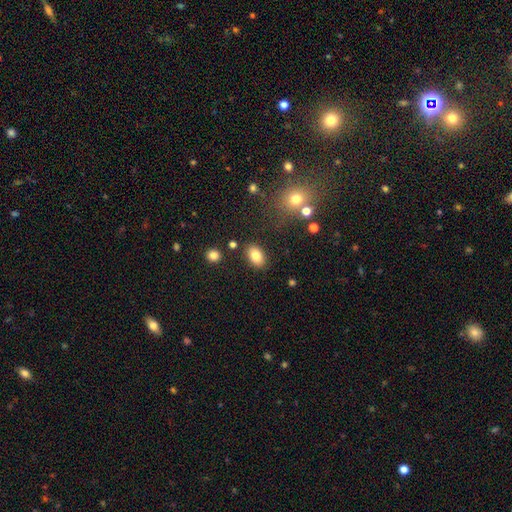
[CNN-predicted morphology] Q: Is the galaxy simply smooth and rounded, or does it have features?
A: smooth — 82%.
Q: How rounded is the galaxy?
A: in between — 87%.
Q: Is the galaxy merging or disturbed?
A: none — 84%.